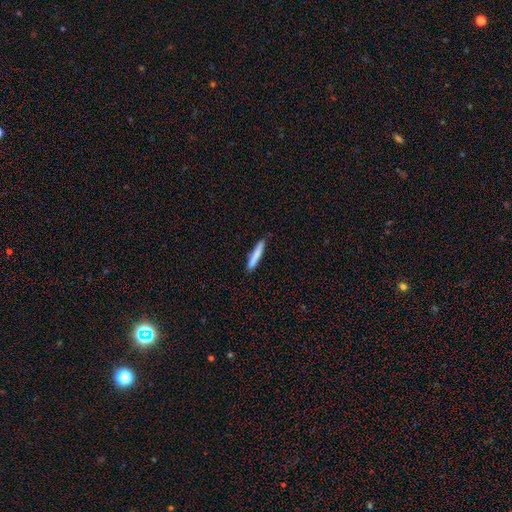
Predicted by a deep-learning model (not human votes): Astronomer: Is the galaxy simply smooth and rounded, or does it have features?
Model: smooth — 81%.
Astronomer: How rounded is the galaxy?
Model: cigar-shaped — 94%.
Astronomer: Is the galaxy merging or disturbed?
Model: none — 88%.